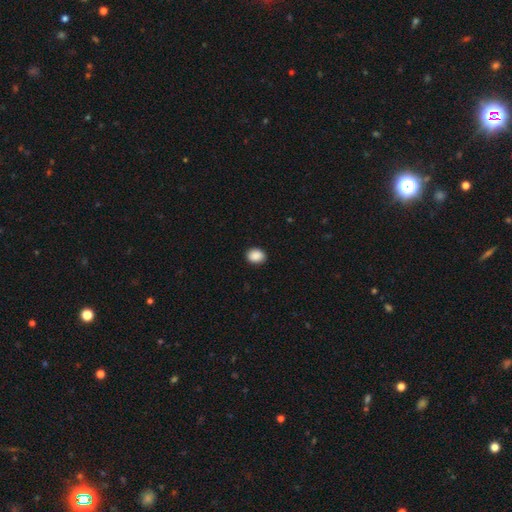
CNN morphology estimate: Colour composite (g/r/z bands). It shows a smooth galaxy with no disk features (90%) that is in between round and cigar-shaped (57%). Merging: none (90%).